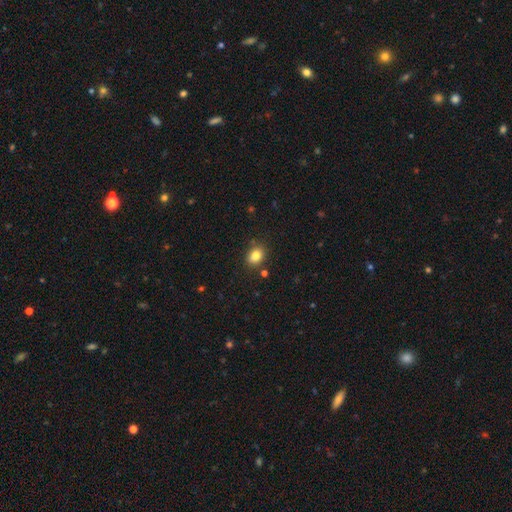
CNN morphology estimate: A smooth galaxy with no disk features (83%) that is in between round and cigar-shaped (63%).

Vote fractions:
- Smooth or featured? smooth: 83% / star or artifact: 10% / featured or disk: 7%
- How rounded? in between: 63% / round: 36% / cigar-shaped: 1%
- Merging? none: 82% / minor disturbance: 11% / merger: 4% / major disturbance: 3%